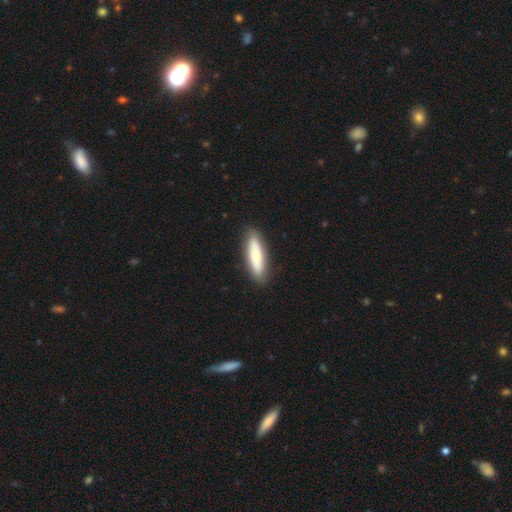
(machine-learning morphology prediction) Smooth or featured? smooth (70%)
How rounded? cigar-shaped (63%)
Merging? none (89%)